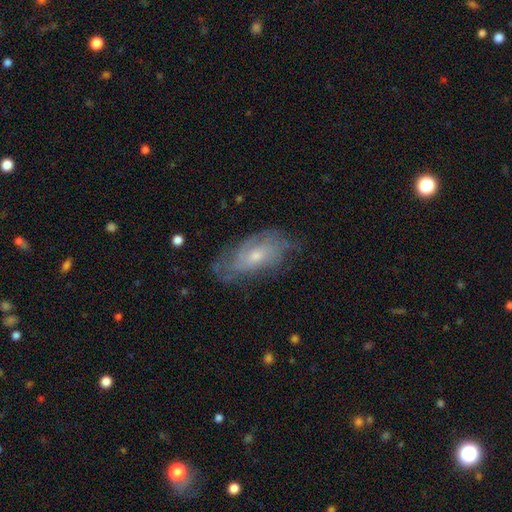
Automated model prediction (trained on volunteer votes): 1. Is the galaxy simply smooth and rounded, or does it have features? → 68% featured or disk, 25% smooth, 7% star or artifact.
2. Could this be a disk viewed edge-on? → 91% no, 9% yes.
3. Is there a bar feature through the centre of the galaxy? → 71% no, 25% weak, 4% strong.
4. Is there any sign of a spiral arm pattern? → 82% yes, 18% no.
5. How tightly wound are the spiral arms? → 50% tight, 36% medium, 14% loose.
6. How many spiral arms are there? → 51% can't tell, 23% 2, 12% 3, 6% 4, 4% 1, 3% more than 4.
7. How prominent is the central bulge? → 49% small, 46% moderate, 3% large, 2% none, 1% dominant.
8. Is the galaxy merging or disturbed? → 62% none, 25% minor disturbance, 11% major disturbance, 1% merger.